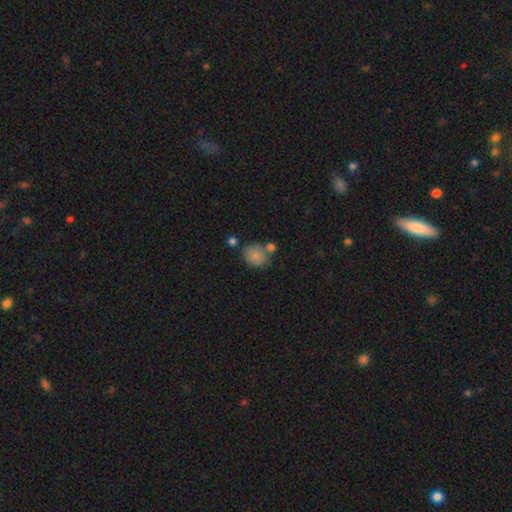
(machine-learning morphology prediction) Overall: smooth (81%). How rounded: round (67%; in between 32%). Merging: none (58%; merger 21%).